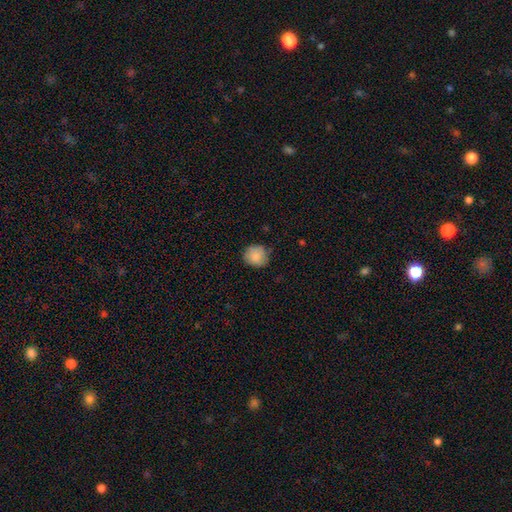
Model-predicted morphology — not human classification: Smooth or featured? Predicted: smooth (p=0.86). How rounded? Predicted: round (p=0.85). Merging? Predicted: none (p=0.74).